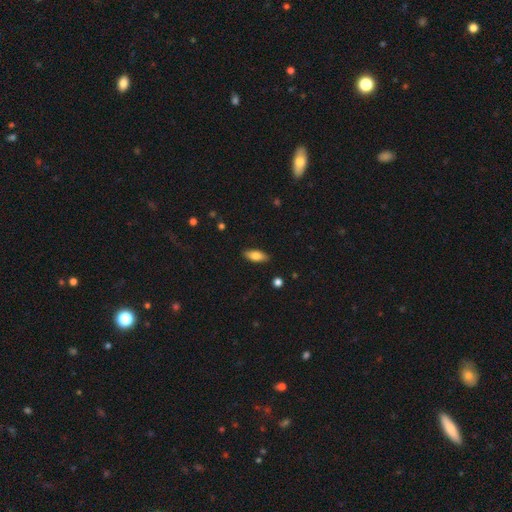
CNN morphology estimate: Q: Smooth or featured?
A: smooth (80%); runner-up: featured or disk (13%)
Q: How rounded?
A: in between (81%); runner-up: cigar-shaped (16%)
Q: Merging?
A: none (88%); runner-up: minor disturbance (9%)